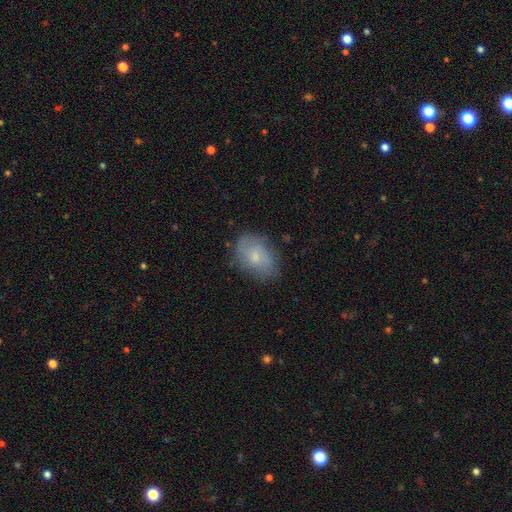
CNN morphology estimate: Overall: smooth (48%; featured or disk 44%). Merging: none (70%).